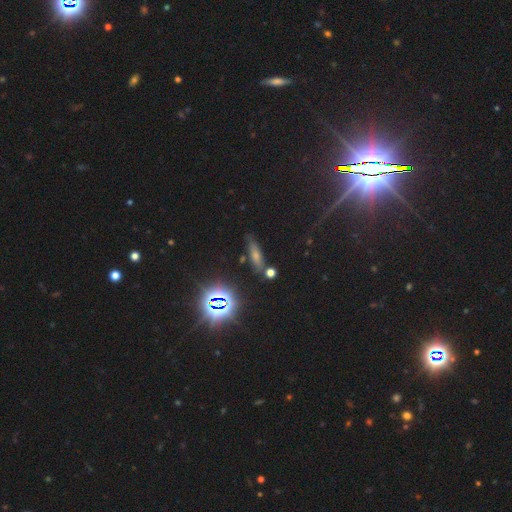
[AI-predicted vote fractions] Smooth or featured? star or artifact (46%)